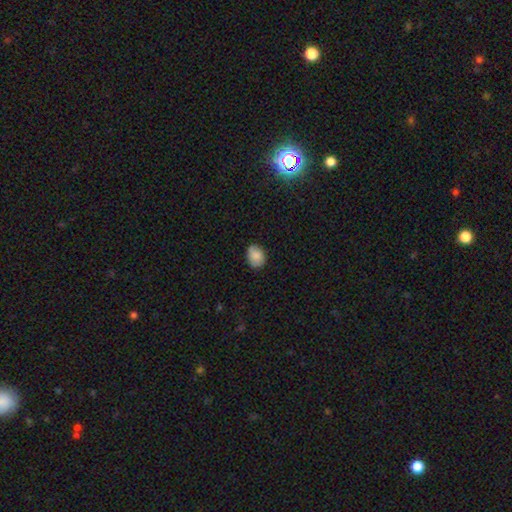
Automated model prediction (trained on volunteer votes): Smooth or featured? Predicted: smooth (p=0.84). How rounded? Predicted: in between (p=0.63). Merging? Predicted: none (p=0.75).